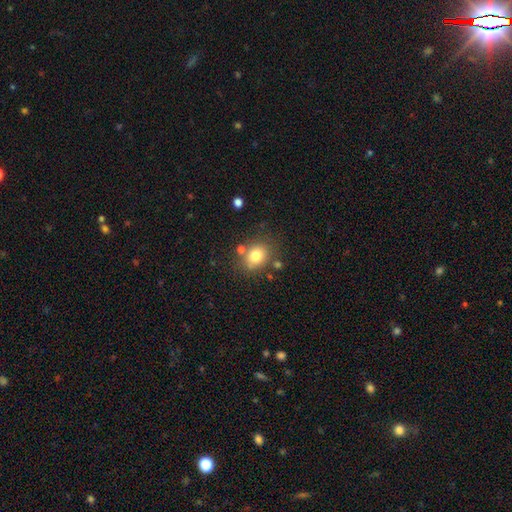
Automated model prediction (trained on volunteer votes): A smooth galaxy with no disk features (77%) that is round (54%).

Vote fractions:
- Smooth or featured? smooth: 77% / featured or disk: 11% / star or artifact: 11%
- How rounded? round: 54% / in between: 45% / cigar-shaped: 1%
- Merging? none: 72% / minor disturbance: 14% / merger: 10% / major disturbance: 5%